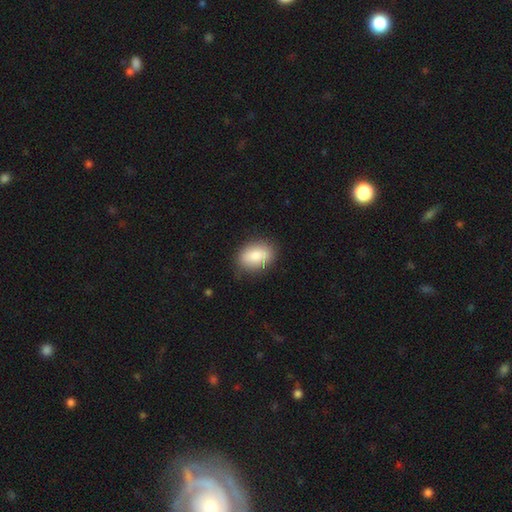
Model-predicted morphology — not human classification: smooth_or_featured: smooth (p=0.85) [alt: featured or disk p=0.08]
how_rounded: in between (p=0.85) [alt: round p=0.14]
merging: none (p=0.79) [alt: minor disturbance p=0.16]